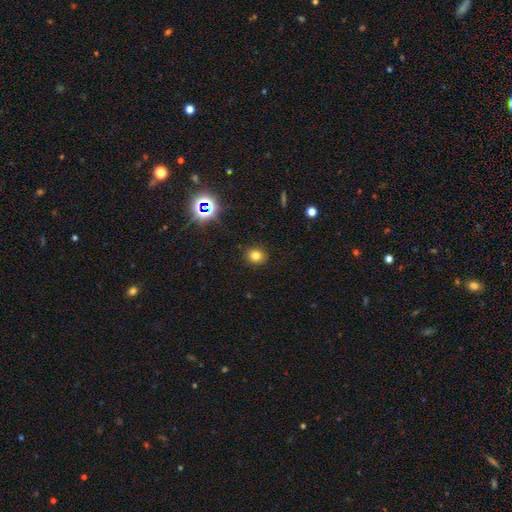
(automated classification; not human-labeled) This is likely a smooth galaxy (77%). How rounded: likely round (79%). Merging: clearly none (90%).